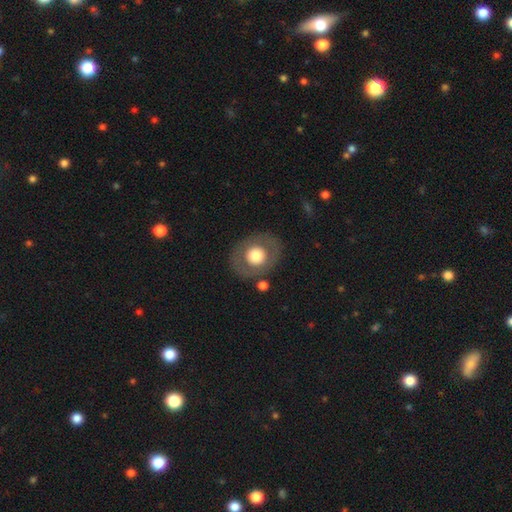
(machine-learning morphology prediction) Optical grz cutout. It shows a smooth galaxy with no disk features (58%) that is round (66%). Merging: none (81%).